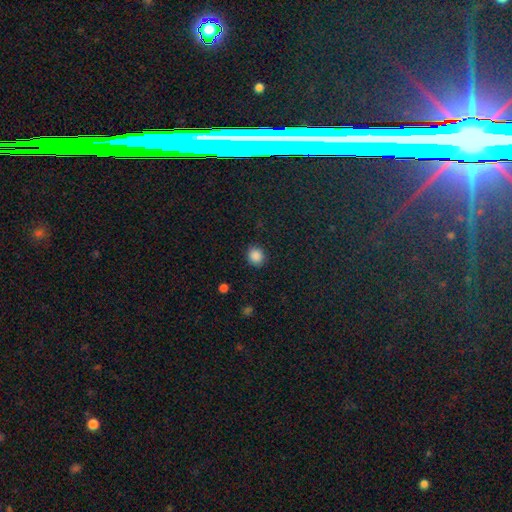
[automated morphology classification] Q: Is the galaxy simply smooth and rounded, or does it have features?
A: smooth — 86%.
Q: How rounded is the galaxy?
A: round — 80%.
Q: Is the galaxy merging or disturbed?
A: none — 88%.